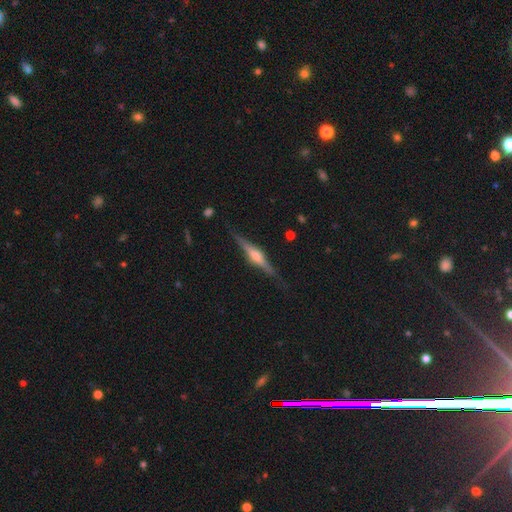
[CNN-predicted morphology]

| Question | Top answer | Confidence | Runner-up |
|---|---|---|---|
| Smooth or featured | featured or disk | 77% | smooth (17%) |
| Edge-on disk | yes | 98% | no (2%) |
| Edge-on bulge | rounded | 83% | boxy (12%) |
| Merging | none | 86% | minor disturbance (10%) |